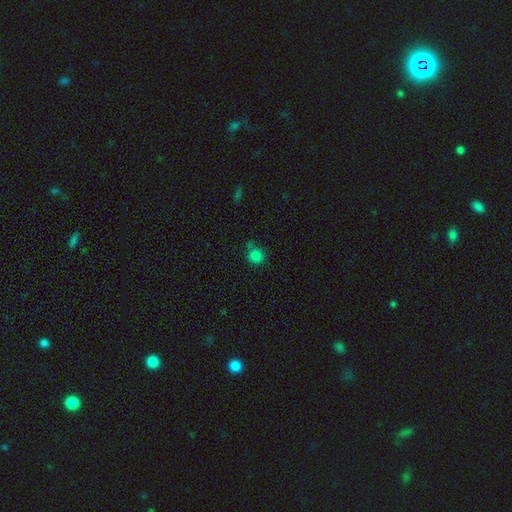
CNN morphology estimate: smooth_or_featured: smooth (p=0.82) [alt: star or artifact p=0.13]
how_rounded: round (p=0.92) [alt: in between p=0.07]
merging: none (p=0.70) [alt: merger p=0.14]